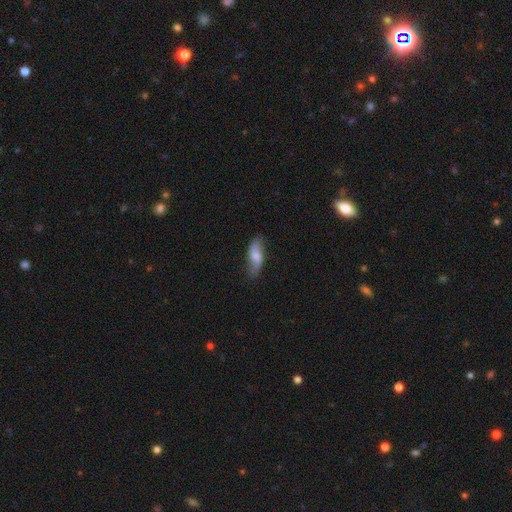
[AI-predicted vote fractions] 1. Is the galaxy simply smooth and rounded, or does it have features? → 62% smooth, 32% featured or disk, 7% star or artifact.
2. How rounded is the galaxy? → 69% in between, 28% cigar-shaped, 3% round.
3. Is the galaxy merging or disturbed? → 73% none, 20% minor disturbance, 5% major disturbance, 2% merger.